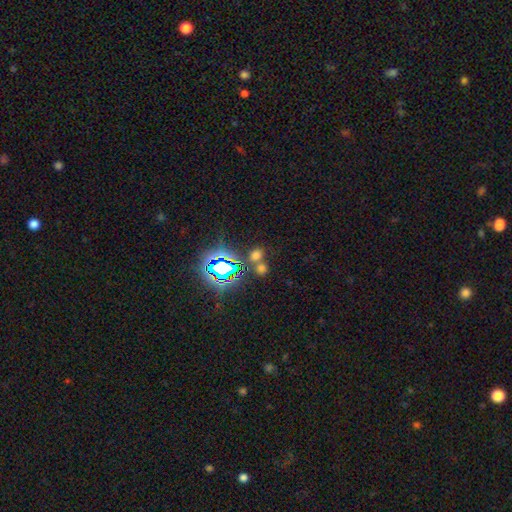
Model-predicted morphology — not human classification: type=smooth (54%); roundness=round (65%); merging=none (59%).